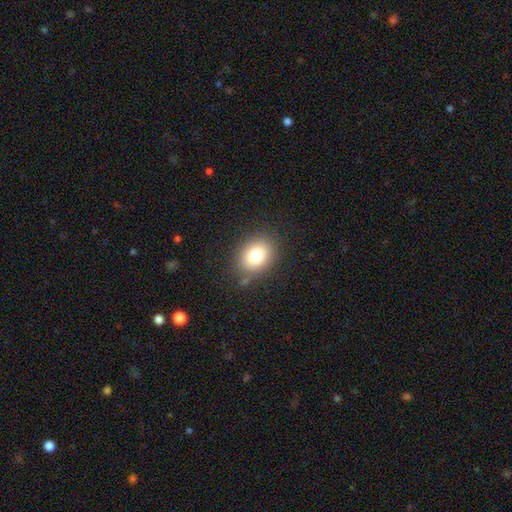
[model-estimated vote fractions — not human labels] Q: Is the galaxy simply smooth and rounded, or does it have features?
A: smooth — 79%.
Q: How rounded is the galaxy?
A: in between — 55%.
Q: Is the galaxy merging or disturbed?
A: none — 83%.